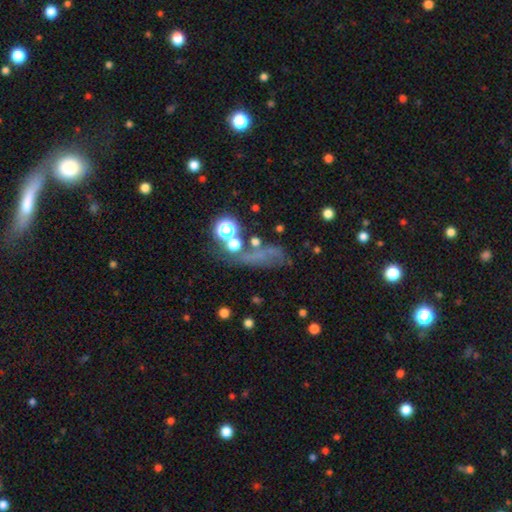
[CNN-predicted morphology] smooth 41%, star or artifact 31%, featured or disk 28%. Down the decision tree: merging — none (50%).